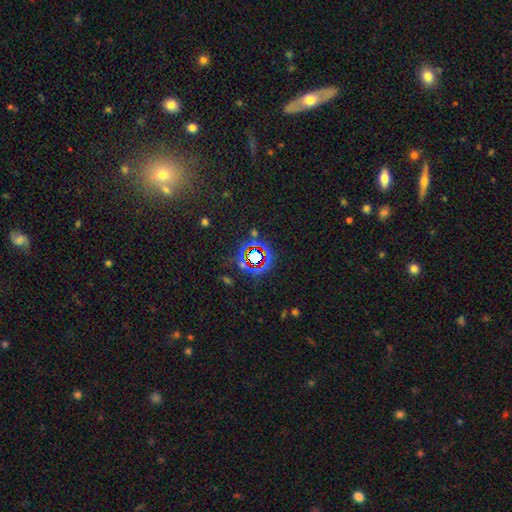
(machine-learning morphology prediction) A star or artifact, not a galaxy (73%).